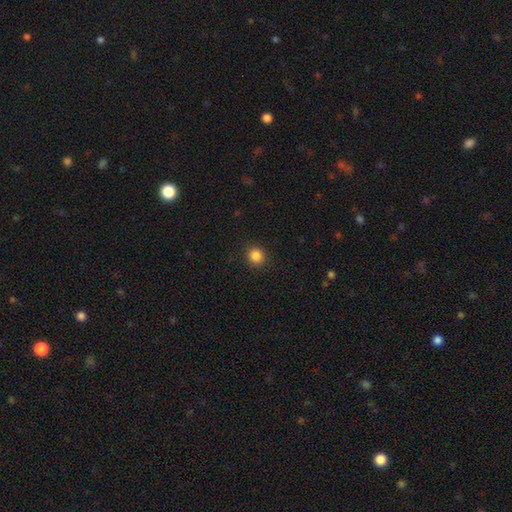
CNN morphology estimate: smooth-or-featured: smooth: 86% | star or artifact: 11% | featured or disk: 3%
  how-rounded: round: 89% | in between: 10% | cigar-shaped: 1%
  merging: none: 91% | minor disturbance: 6% | major disturbance: 2% | merger: 1%